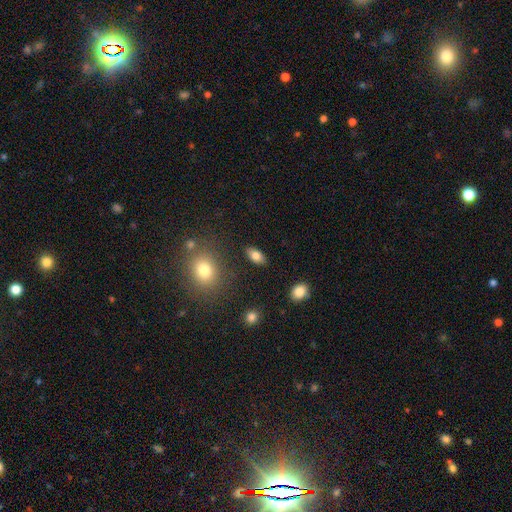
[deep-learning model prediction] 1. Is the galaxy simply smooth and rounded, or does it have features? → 82% smooth, 10% featured or disk, 8% star or artifact.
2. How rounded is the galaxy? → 90% in between, 6% round, 4% cigar-shaped.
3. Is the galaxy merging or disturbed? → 86% none, 9% minor disturbance, 3% major disturbance, 2% merger.